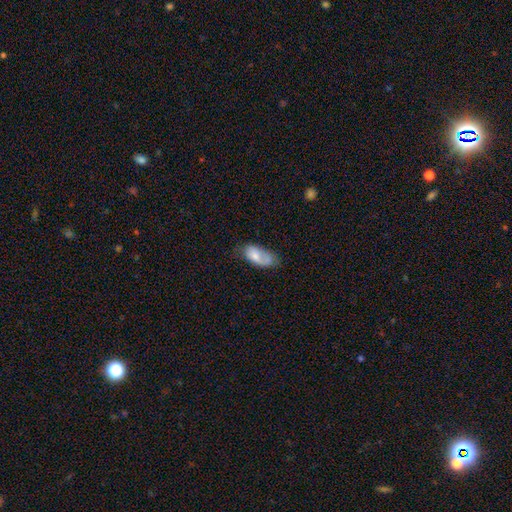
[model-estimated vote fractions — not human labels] This appears to be a smooth galaxy with no disk features (66%) that is in between round and cigar-shaped (93%). Merging: none (44%).